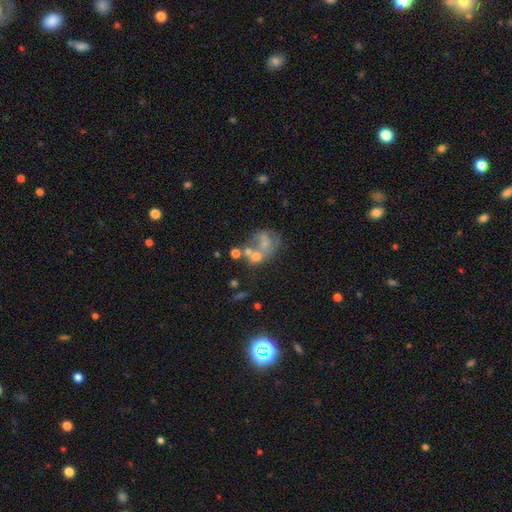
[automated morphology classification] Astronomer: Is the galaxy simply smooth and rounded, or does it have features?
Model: featured or disk — 45% (runner-up: smooth, 38%).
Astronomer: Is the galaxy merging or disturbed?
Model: merger — 42% (runner-up: none, 26%).